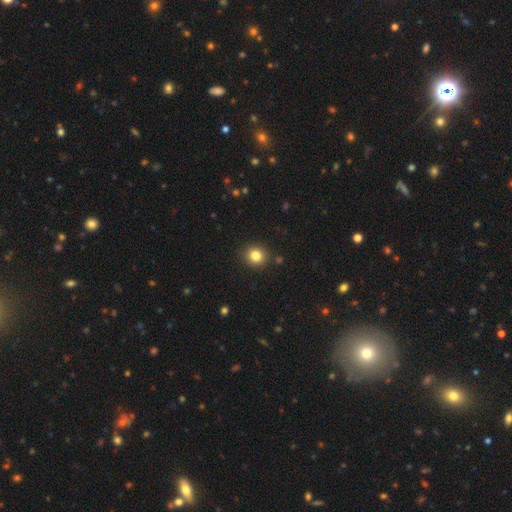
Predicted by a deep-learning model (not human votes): smooth_or_featured: smooth (p=0.82) [alt: star or artifact p=0.11]
how_rounded: round (p=0.85) [alt: in between p=0.14]
merging: none (p=0.90) [alt: minor disturbance p=0.07]